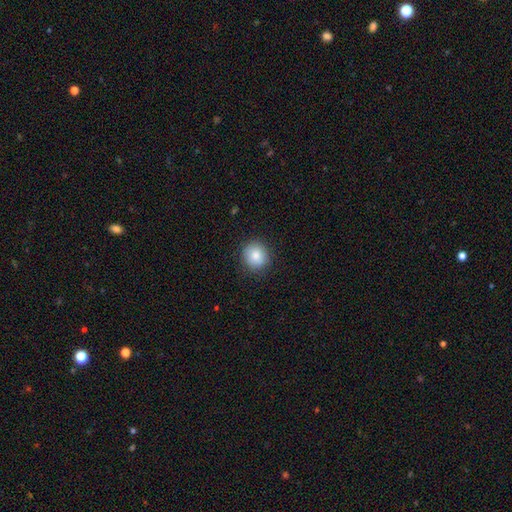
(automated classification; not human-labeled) smooth-or-featured: smooth: 84% | star or artifact: 9% | featured or disk: 7%
  how-rounded: round: 89% | in between: 10% | cigar-shaped: 1%
  merging: none: 89% | minor disturbance: 8% | major disturbance: 2% | merger: 1%